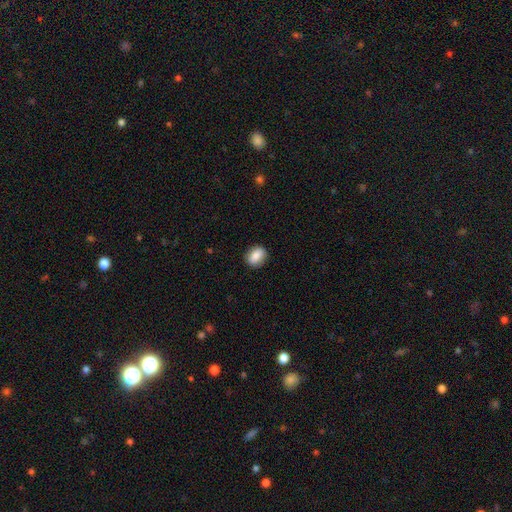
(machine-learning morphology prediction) type=smooth (85%); roundness=in between (60%); merging=none (87%).